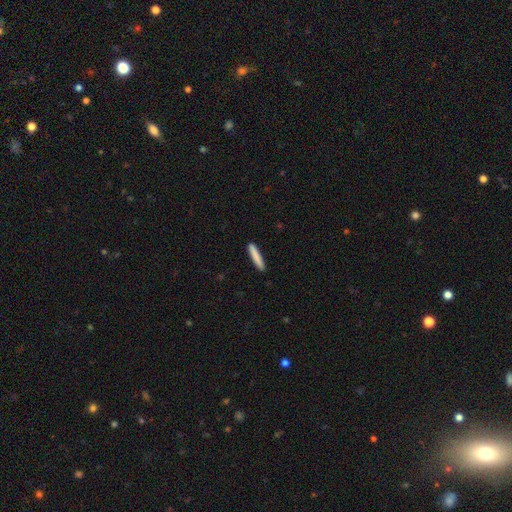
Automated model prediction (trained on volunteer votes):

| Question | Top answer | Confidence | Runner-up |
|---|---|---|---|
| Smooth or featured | smooth | 84% | featured or disk (10%) |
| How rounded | cigar-shaped | 94% | in between (5%) |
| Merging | none | 91% | minor disturbance (6%) |